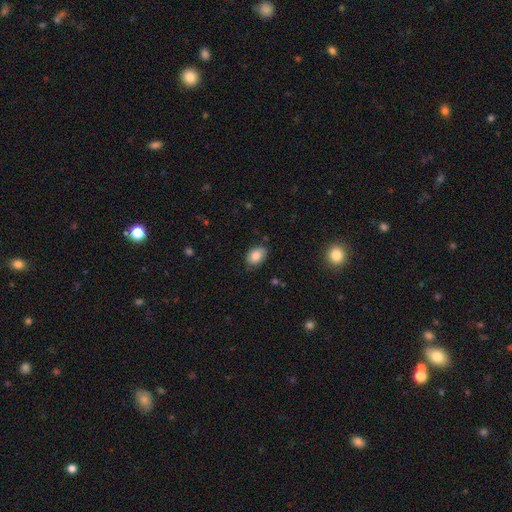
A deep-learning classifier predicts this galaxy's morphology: This is clearly a smooth galaxy (82%). How rounded: likely in between (77%). Merging: likely none (76%).